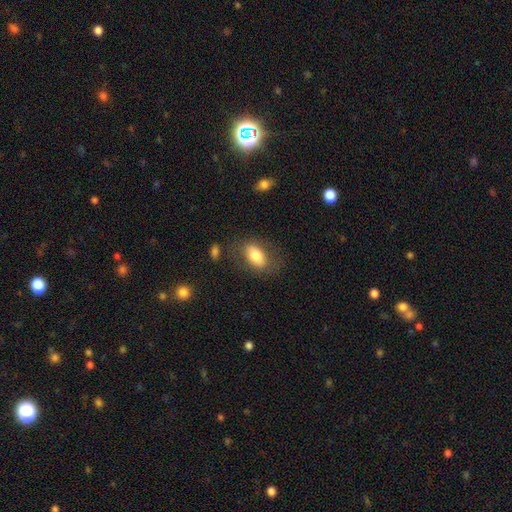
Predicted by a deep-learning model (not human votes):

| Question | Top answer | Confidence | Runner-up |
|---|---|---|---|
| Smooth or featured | smooth | 76% | featured or disk (17%) |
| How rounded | in between | 89% | round (7%) |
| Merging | none | 73% | minor disturbance (16%) |